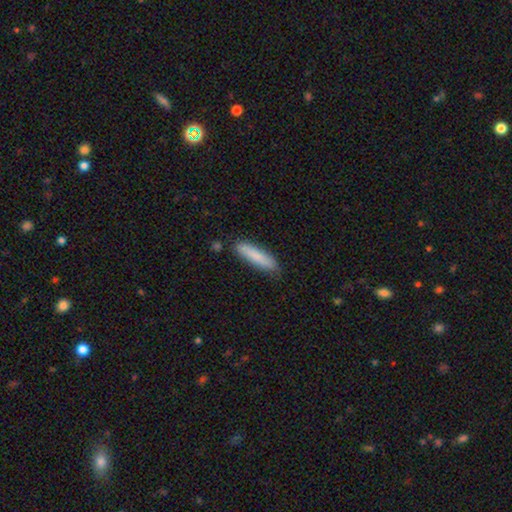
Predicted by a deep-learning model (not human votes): A smooth galaxy with no disk features (83%) that is cigar-shaped (81%).

Vote fractions:
- Smooth or featured? smooth: 83% / featured or disk: 11% / star or artifact: 6%
- How rounded? cigar-shaped: 81% / in between: 18% / round: 1%
- Merging? none: 82% / minor disturbance: 13% / merger: 2% / major disturbance: 2%